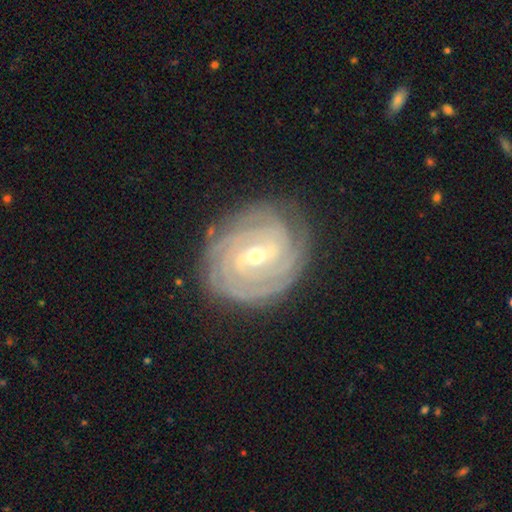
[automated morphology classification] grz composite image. It shows a featured or disk galaxy (90%) with a weak bar (48%), 4 (24%) tight (86%) spiral arms (98%) and a small central bulge (52%). Merging: none (84%).